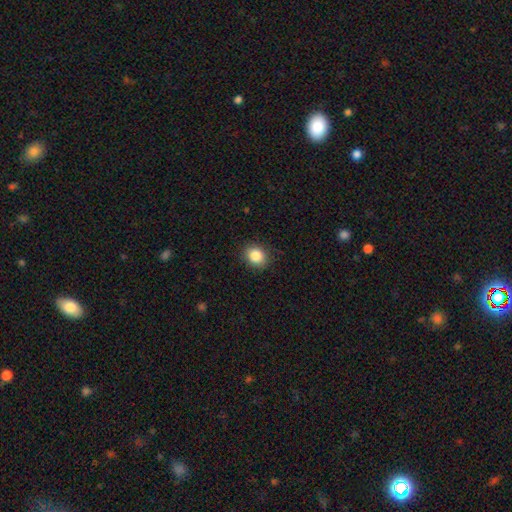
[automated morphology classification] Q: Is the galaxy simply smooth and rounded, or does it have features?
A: smooth — 86%.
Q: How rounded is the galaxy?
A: round — 63%.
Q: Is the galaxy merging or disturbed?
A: none — 88%.